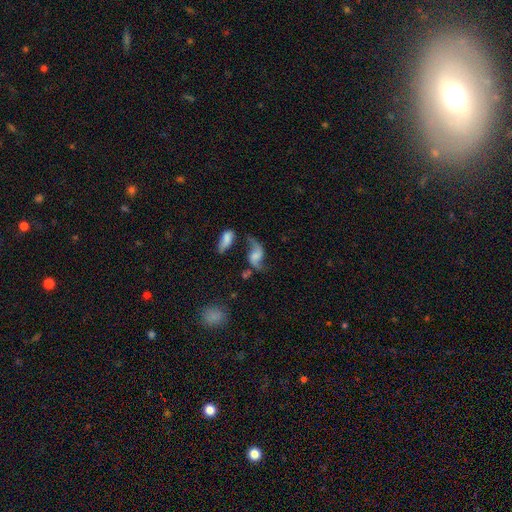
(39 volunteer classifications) Smooth or featured? featured or disk (85%)
Edge-on disk? no (97%)
Bar? no (62%)
Spiral arms? yes (97%)
Spiral winding? loose (94%)
Spiral arm count? 2 (94%)
Bulge size? none (66%)
Merging? none (64%)